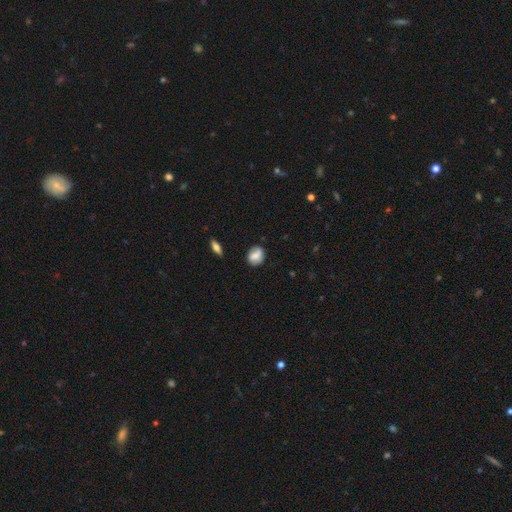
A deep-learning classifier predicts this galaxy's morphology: A smooth galaxy with no disk features (65%) that is round (53%). Merging: none (77%).